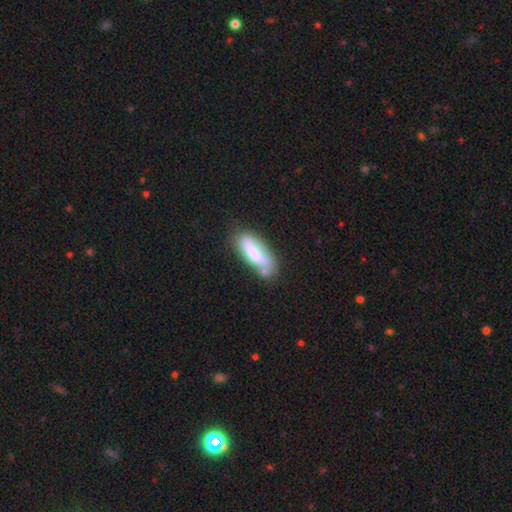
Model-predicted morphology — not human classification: Smooth or featured? Predicted: smooth (p=0.69). How rounded? Predicted: in between (p=0.59). Merging? Predicted: none (p=0.59).